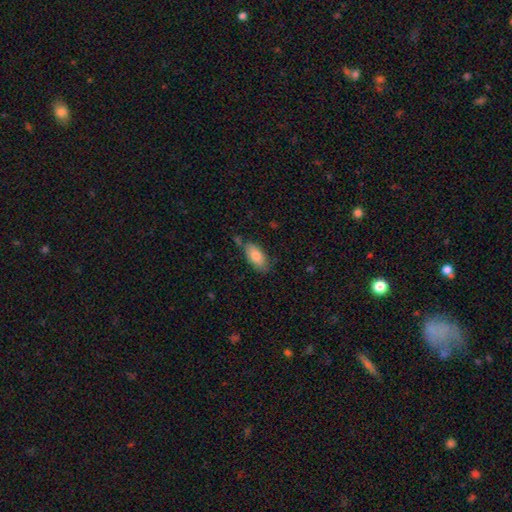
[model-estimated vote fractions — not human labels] smooth 82%, featured or disk 11%, star or artifact 7%. Down the decision tree: how rounded — in between (91%); merging — none (66%).